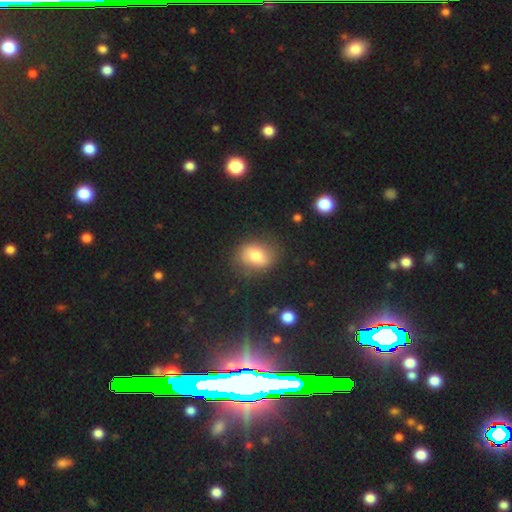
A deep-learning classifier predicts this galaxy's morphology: smooth 69%, featured or disk 20%, star or artifact 11%. Down the decision tree: how rounded — in between (59%); merging — none (76%).